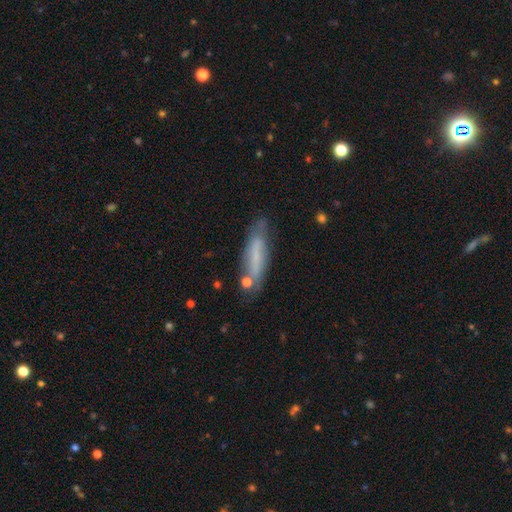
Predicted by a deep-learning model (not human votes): Morphology: type=smooth (57%); roundness=cigar-shaped (75%); merging=none (65%).